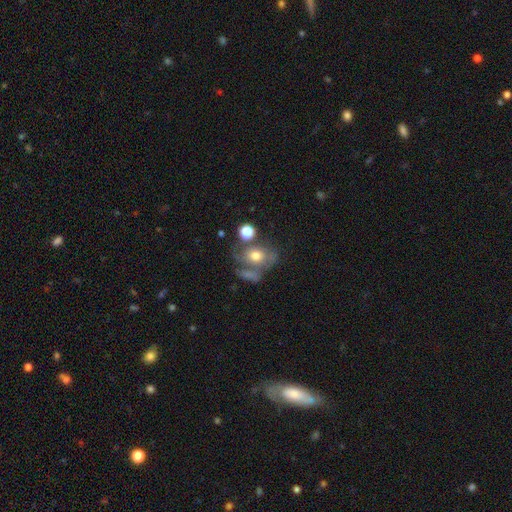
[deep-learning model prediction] A smooth galaxy with no disk features (54%) that is in between round and cigar-shaped (49%, tied with round). Merging: none (35%).